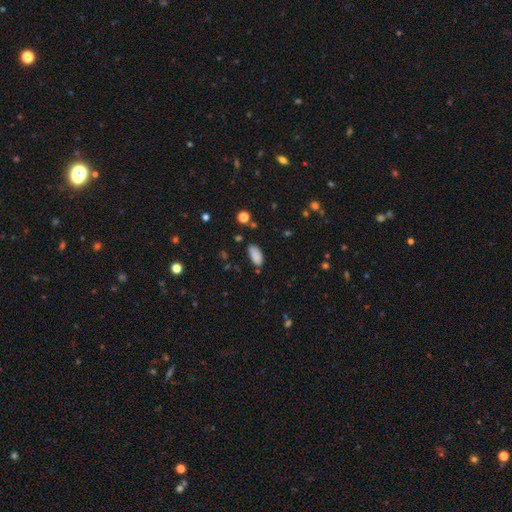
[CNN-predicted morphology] A smooth galaxy with no disk features (87%) that is in between round and cigar-shaped (91%). Merging: none (75%).